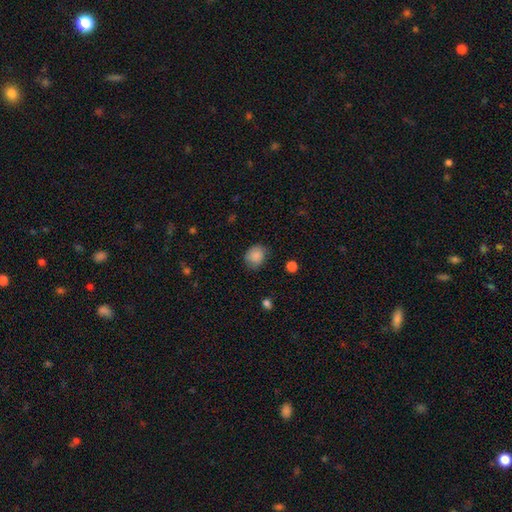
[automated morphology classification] type=smooth (85%); roundness=round (55%); merging=none (75%).